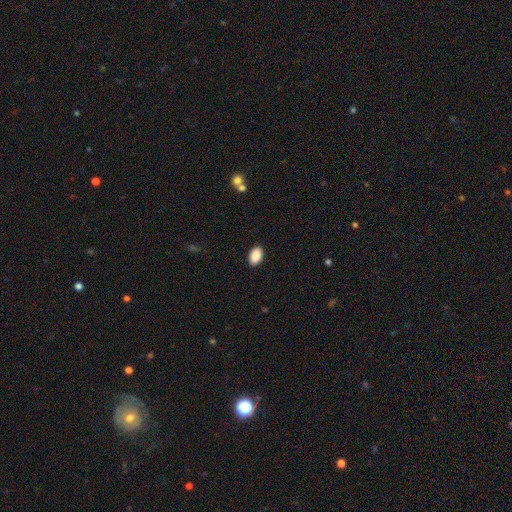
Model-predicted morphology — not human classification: Overall: smooth (90%). How rounded: in between (92%). Merging: none (90%).